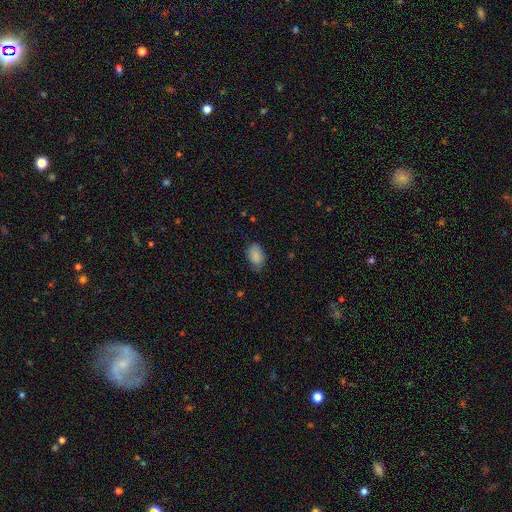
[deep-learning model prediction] Smooth or featured? smooth (87%)
How rounded? in between (87%)
Merging? none (71%)